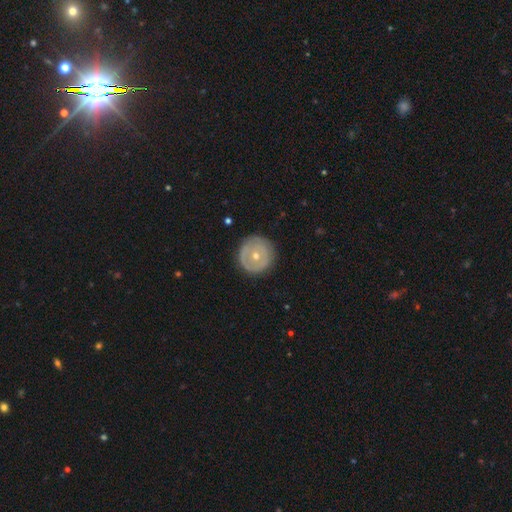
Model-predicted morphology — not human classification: type=featured or disk (54%); edge-on=no (96%); bar=no (84%); spiral arms=no (70%); bulge=moderate (49%); merging=none (83%).